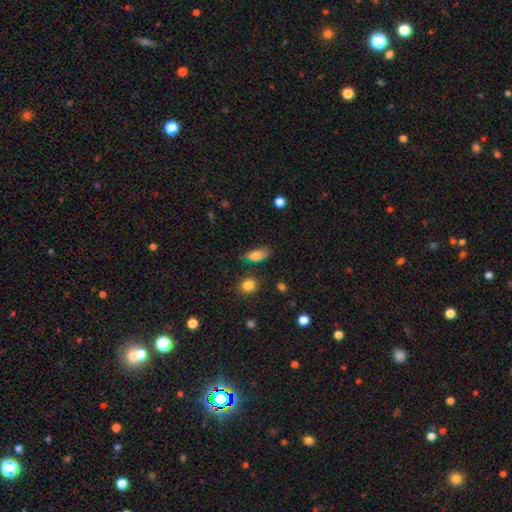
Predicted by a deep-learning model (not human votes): This appears to be a smooth galaxy with no disk features (79%) that is in between round and cigar-shaped (84%). Merging: none (67%).